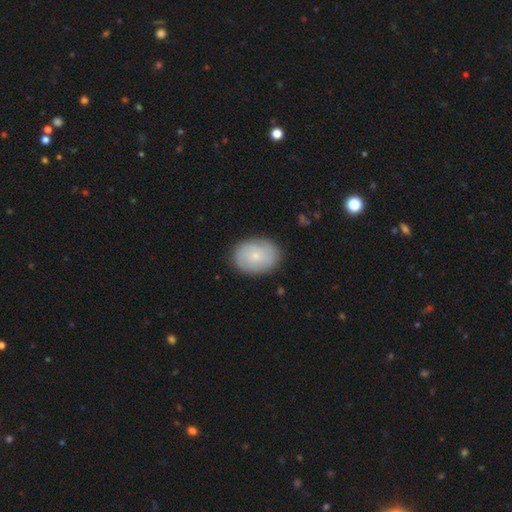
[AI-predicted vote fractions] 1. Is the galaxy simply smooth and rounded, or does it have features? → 55% smooth, 38% featured or disk, 7% star or artifact.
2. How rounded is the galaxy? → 60% in between, 39% round, 1% cigar-shaped.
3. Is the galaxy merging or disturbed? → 85% none, 11% minor disturbance, 3% major disturbance, 1% merger.